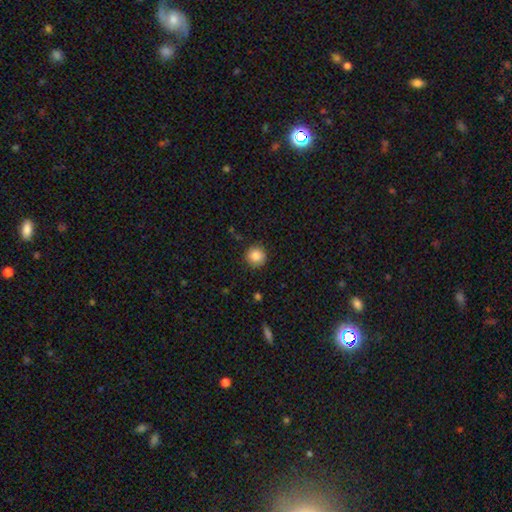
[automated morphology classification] Smooth or featured? Predicted: smooth (p=0.85). How rounded? Predicted: round (p=0.95). Merging? Predicted: none (p=0.90).